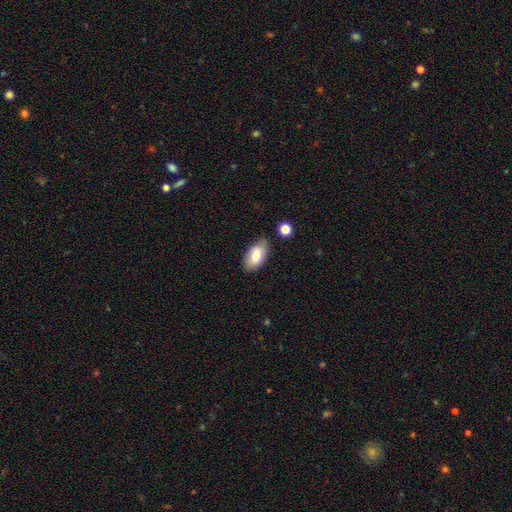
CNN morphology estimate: type=smooth (77%); roundness=in between (94%); merging=none (79%).